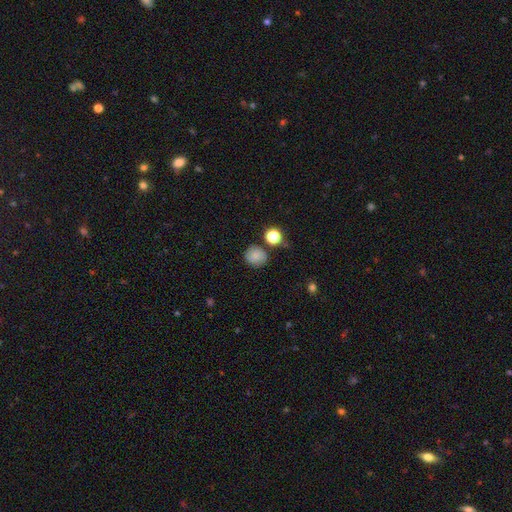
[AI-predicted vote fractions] A smooth galaxy with no disk features (81%) that is round (83%).

Vote fractions:
- Smooth or featured? smooth: 81% / star or artifact: 11% / featured or disk: 7%
- How rounded? round: 83% / in between: 16% / cigar-shaped: 1%
- Merging? none: 77% / minor disturbance: 13% / merger: 6% / major disturbance: 4%